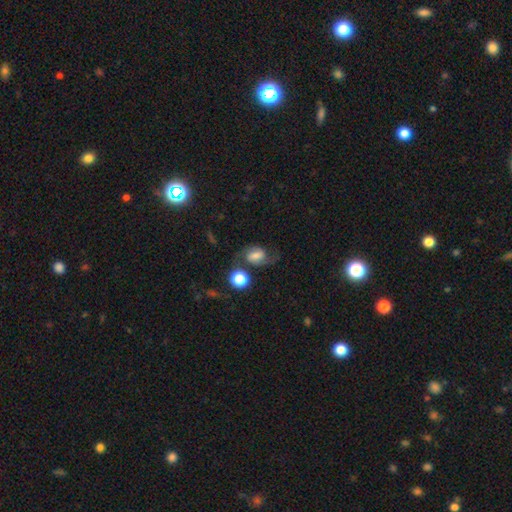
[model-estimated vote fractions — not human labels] featured or disk 58%, smooth 30%, star or artifact 11%. Down the decision tree: edge-on disk — no (97%); bar — weak (47%); spiral arms — yes (93%); spiral arm count — 2 (88%); spiral winding — loose (47%); bulge size — moderate (41%); merging — none (58%).